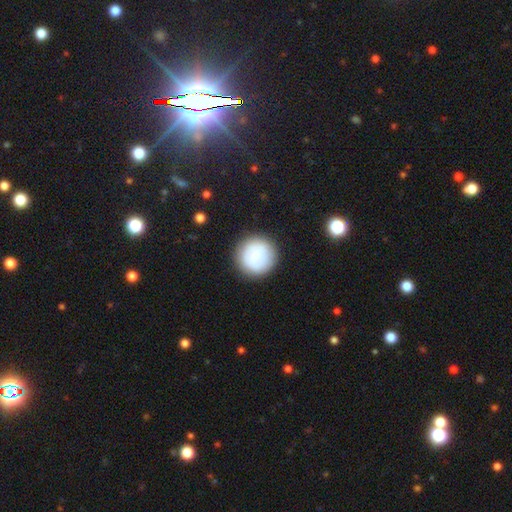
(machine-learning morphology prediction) Overall: smooth (64%; featured or disk 29%). How rounded: round (94%). Merging: none (86%).